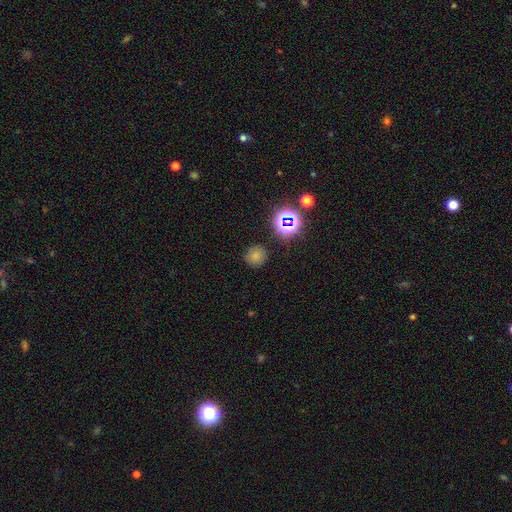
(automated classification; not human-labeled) Overall: smooth (72%). How rounded: round (91%). Merging: none (87%).